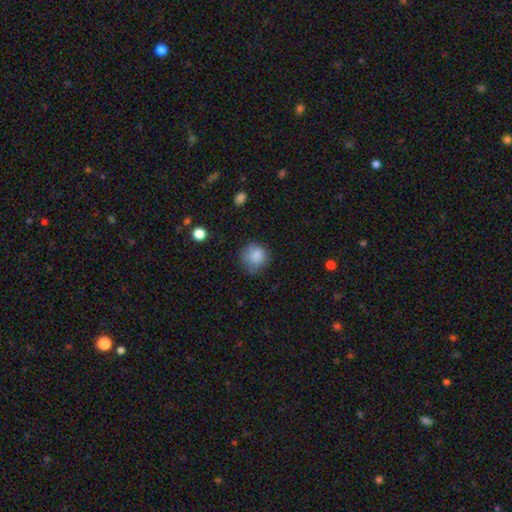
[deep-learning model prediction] A smooth galaxy with no disk features (84%) that is round (85%).

Vote fractions:
- Smooth or featured? smooth: 84% / star or artifact: 9% / featured or disk: 7%
- How rounded? round: 85% / in between: 14% / cigar-shaped: 1%
- Merging? none: 68% / minor disturbance: 23% / major disturbance: 8% / merger: 2%